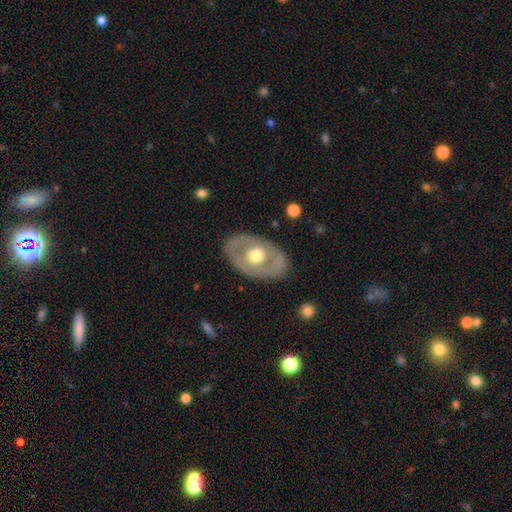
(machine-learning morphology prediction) Q: Smooth or featured?
A: featured or disk (58%); runner-up: smooth (37%)
Q: Edge-on disk?
A: no (90%); runner-up: yes (10%)
Q: Bar?
A: no (88%); runner-up: weak (9%)
Q: Spiral arms?
A: no (87%); runner-up: yes (13%)
Q: Bulge size?
A: moderate (65%); runner-up: large (28%)
Q: Merging?
A: none (83%); runner-up: minor disturbance (11%)